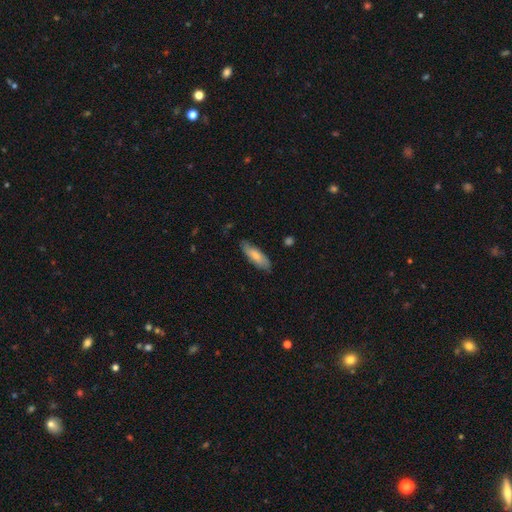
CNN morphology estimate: Smooth or featured? smooth (73%)
How rounded? in between (52%)
Merging? none (80%)